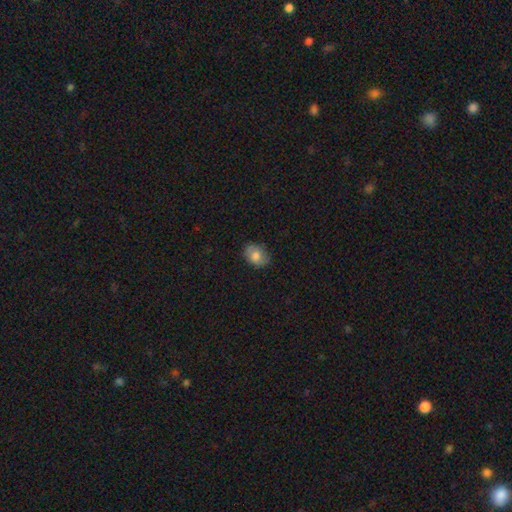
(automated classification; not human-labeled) A smooth galaxy with no disk features (75%) that is in between round and cigar-shaped (64%). Merging: none (77%).